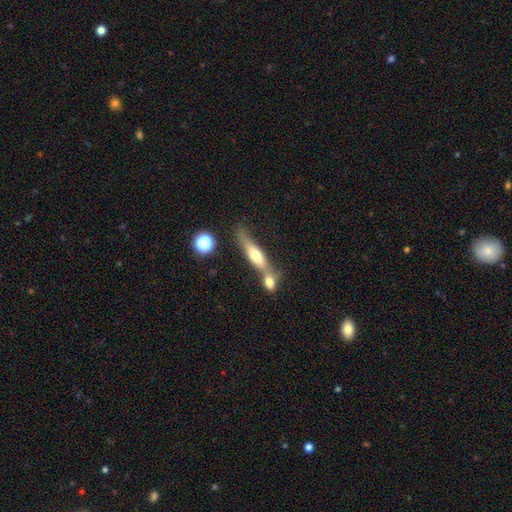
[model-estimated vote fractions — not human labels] A smooth galaxy with no disk features (52%) that is cigar-shaped (64%).

Vote fractions:
- Smooth or featured? smooth: 52% / featured or disk: 41% / star or artifact: 8%
- How rounded? cigar-shaped: 64% / in between: 32% / round: 4%
- Merging? merger: 50% / none: 34% / minor disturbance: 11% / major disturbance: 6%